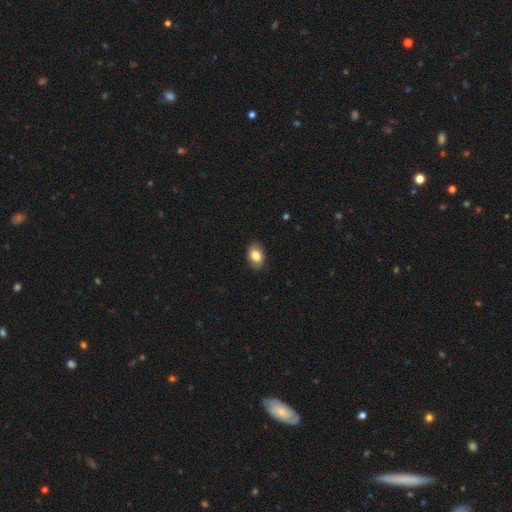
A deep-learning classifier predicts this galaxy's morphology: smooth 83%, featured or disk 10%, star or artifact 8%. Down the decision tree: how rounded — in between (85%); merging — none (87%).